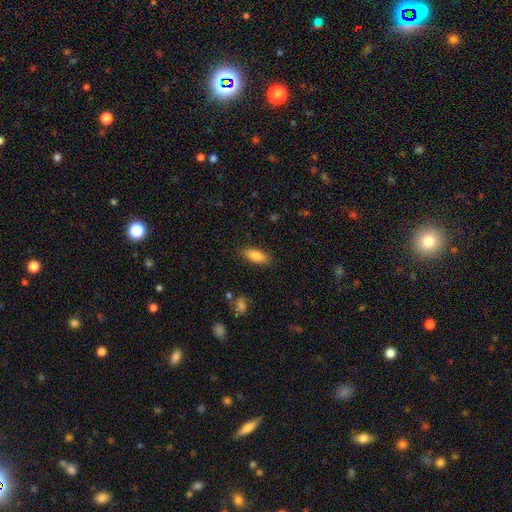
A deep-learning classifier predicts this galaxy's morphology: This is clearly a smooth galaxy (85%). How rounded: likely in between (76%). Merging: clearly none (86%).